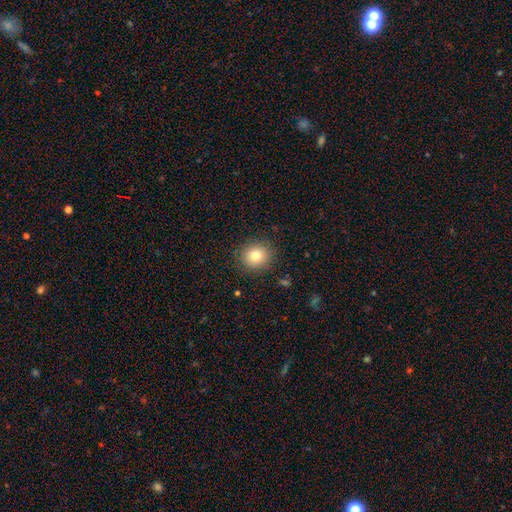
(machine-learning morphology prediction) A smooth galaxy with no disk features (80%) that is round (84%). Merging: none (89%).